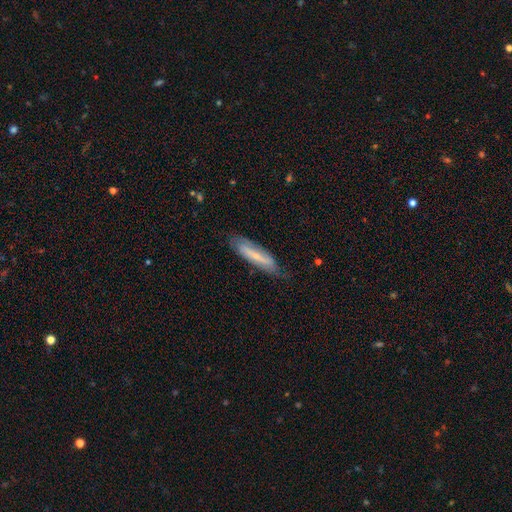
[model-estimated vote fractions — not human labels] smooth-or-featured: featured or disk: 49% | smooth: 44% | star or artifact: 7%
  merging: none: 73% | minor disturbance: 20% | major disturbance: 6% | merger: 1%